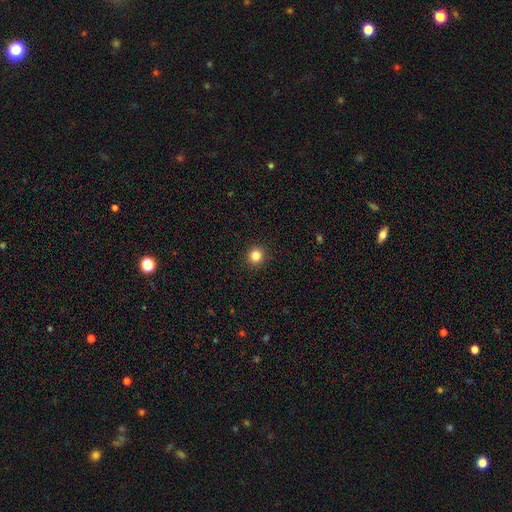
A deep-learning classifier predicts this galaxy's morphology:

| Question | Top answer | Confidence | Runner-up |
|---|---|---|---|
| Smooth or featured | smooth | 83% | star or artifact (12%) |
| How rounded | round | 92% | in between (7%) |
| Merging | none | 92% | minor disturbance (5%) |